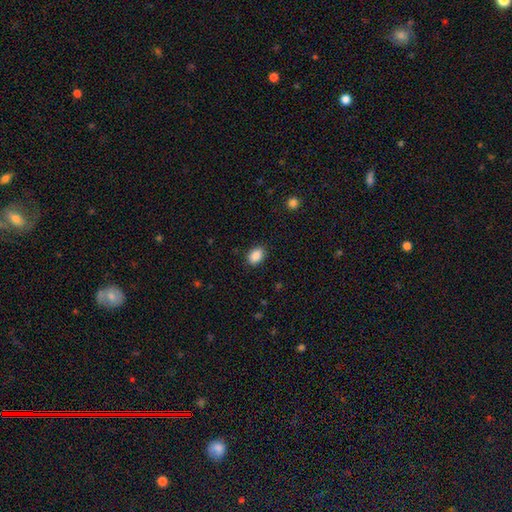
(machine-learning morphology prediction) Smooth or featured?
  - smooth: 89% *
  - star or artifact: 8%
  - featured or disk: 3%
How rounded?
  - in between: 78% *
  - round: 21%
  - cigar-shaped: 1%
Merging?
  - none: 87% *
  - minor disturbance: 9%
  - major disturbance: 2%
  - merger: 1%